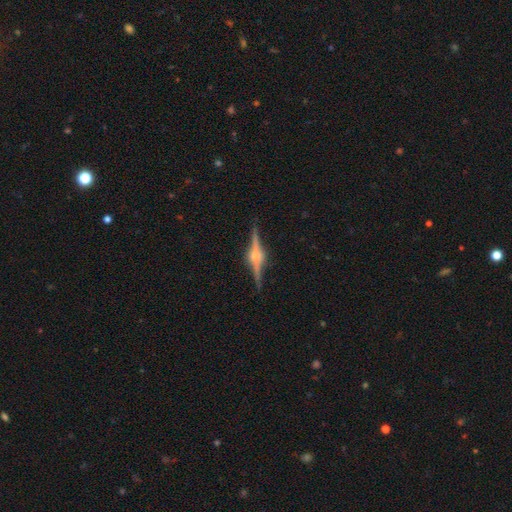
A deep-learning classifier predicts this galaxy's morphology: smooth_or_featured: featured or disk (p=0.87) [alt: smooth p=0.07]
disk_edge_on: yes (p=0.98) [alt: no p=0.02]
edge_on_bulge: rounded (p=0.91) [alt: boxy p=0.07]
merging: none (p=0.89) [alt: minor disturbance p=0.08]